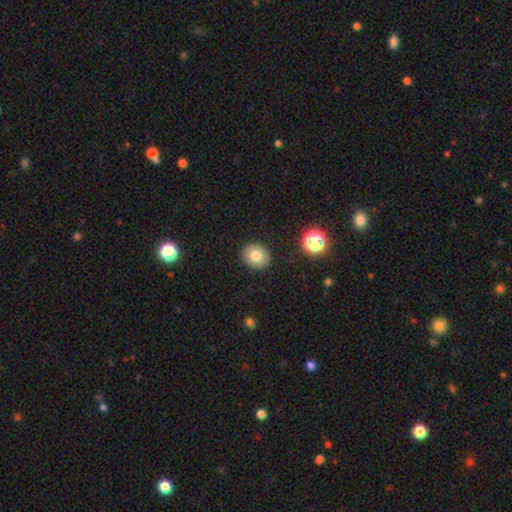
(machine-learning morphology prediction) This is likely a smooth galaxy (77%). How rounded: likely round (76%). Merging: clearly none (90%).